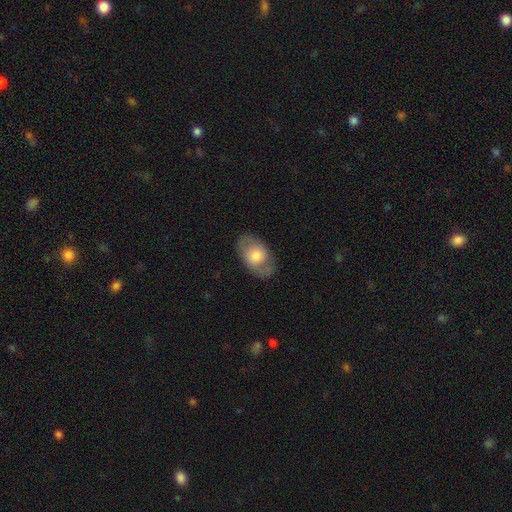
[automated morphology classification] type=smooth (52%); roundness=in between (84%); merging=none (78%).